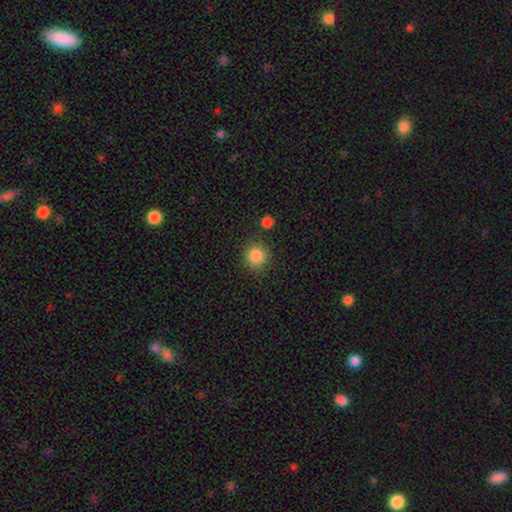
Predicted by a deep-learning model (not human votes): Smooth or featured? Predicted: smooth (p=0.86). How rounded? Predicted: round (p=0.90). Merging? Predicted: none (p=0.82).